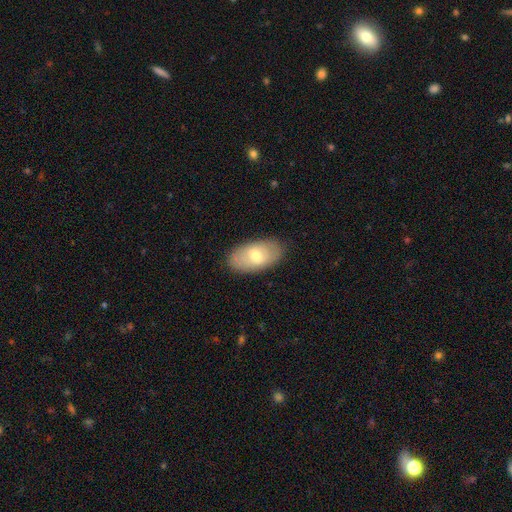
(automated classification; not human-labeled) Morphology: type=smooth (67%); roundness=in between (94%); merging=none (85%).